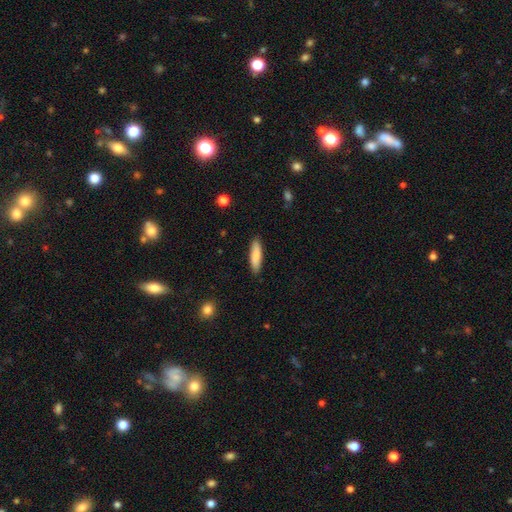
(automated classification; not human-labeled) smooth_or_featured: smooth (p=0.84) [alt: featured or disk p=0.10]
how_rounded: cigar-shaped (p=0.69) [alt: in between p=0.30]
merging: none (p=0.88) [alt: minor disturbance p=0.09]